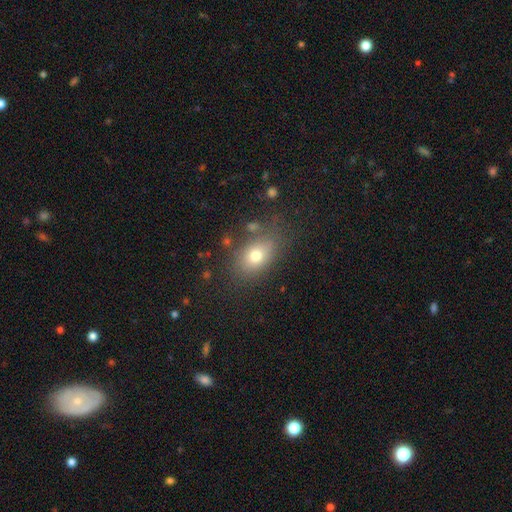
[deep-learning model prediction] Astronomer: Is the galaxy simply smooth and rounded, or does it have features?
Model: smooth — 74%.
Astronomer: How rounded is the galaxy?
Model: in between — 78%.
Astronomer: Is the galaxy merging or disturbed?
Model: none — 73%.